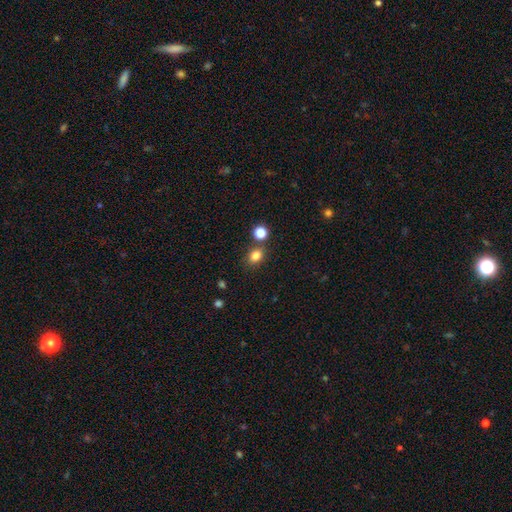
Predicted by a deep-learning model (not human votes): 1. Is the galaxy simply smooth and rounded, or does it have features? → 82% smooth, 13% star or artifact, 5% featured or disk.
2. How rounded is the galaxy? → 50% in between, 49% round, 1% cigar-shaped.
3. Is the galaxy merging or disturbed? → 73% none, 13% merger, 11% minor disturbance, 3% major disturbance.